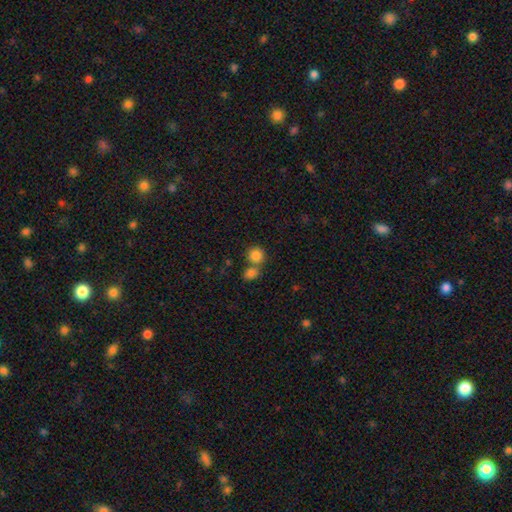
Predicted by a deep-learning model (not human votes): Smooth or featured? smooth (84%)
How rounded? round (88%)
Merging? none (55%)